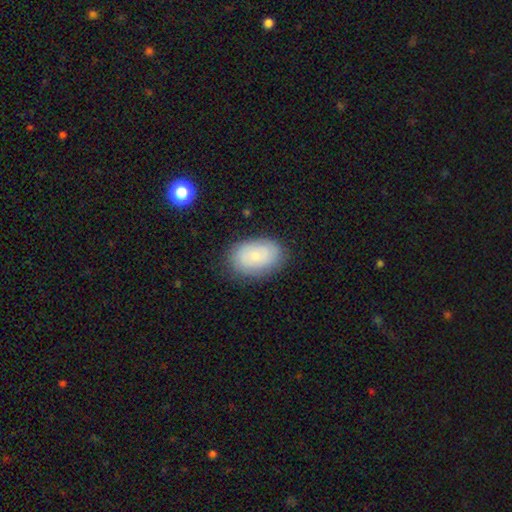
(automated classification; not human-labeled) smooth 70%, featured or disk 22%, star or artifact 8%. Down the decision tree: how rounded — in between (87%); merging — none (81%).